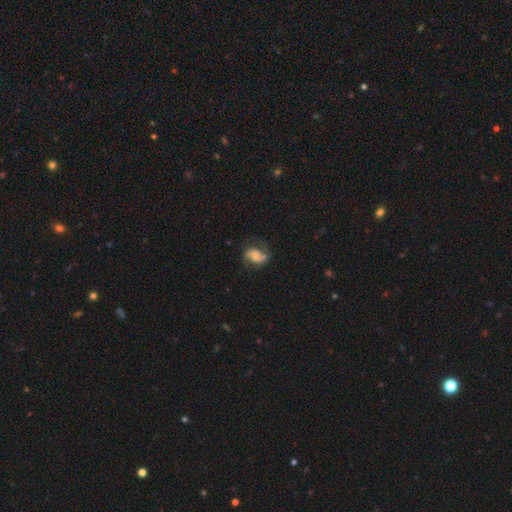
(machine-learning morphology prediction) smooth-or-featured: featured or disk: 71% | smooth: 21% | star or artifact: 8%
  disk-edge-on: no: 98% | yes: 2%
    bar: no: 49% | weak: 39% | strong: 12%
    has-spiral-arms: yes: 93% | no: 7%
      spiral-winding: medium: 45% | loose: 40% | tight: 15%
      spiral-arm-count: 2: 88% | can't tell: 5% | 1: 4% | 3: 1% | 4: 1% | more than 4: 1%
    bulge-size: small: 36% (tied) | moderate: 36% (tied) | none: 17% | large: 10% | dominant: 2%
  merging: none: 67% | minor disturbance: 20% | major disturbance: 11% | merger: 2%